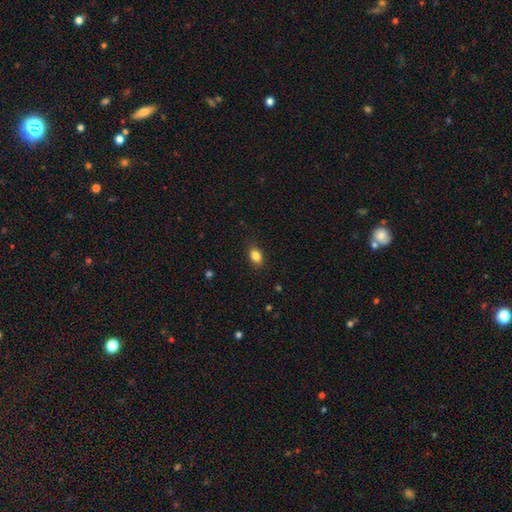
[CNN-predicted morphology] Overall: smooth (85%). How rounded: in between (81%). Merging: none (87%).